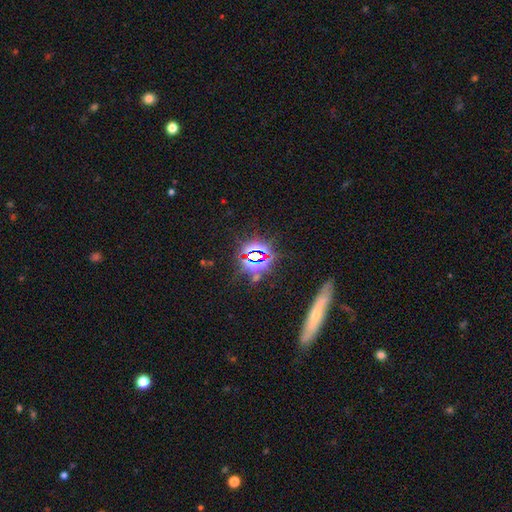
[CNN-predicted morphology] Overall: star or artifact (77%).